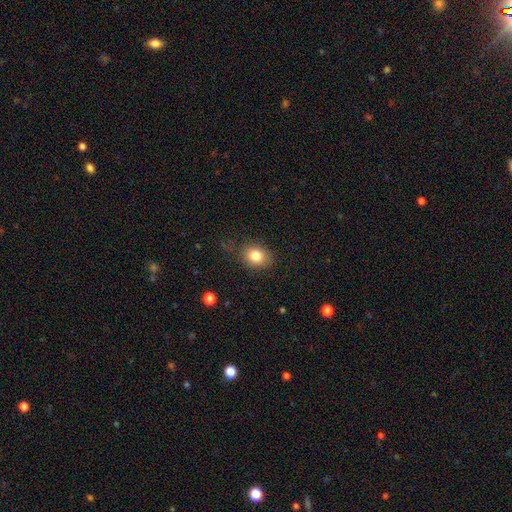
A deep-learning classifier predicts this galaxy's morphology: Overall: smooth (82%). How rounded: in between (56%; round 43%). Merging: none (76%).